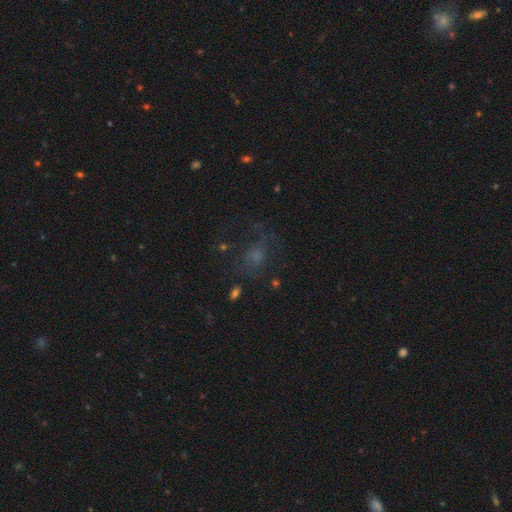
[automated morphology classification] This is marginally a smooth galaxy (37%). Merging: possibly none (53%).